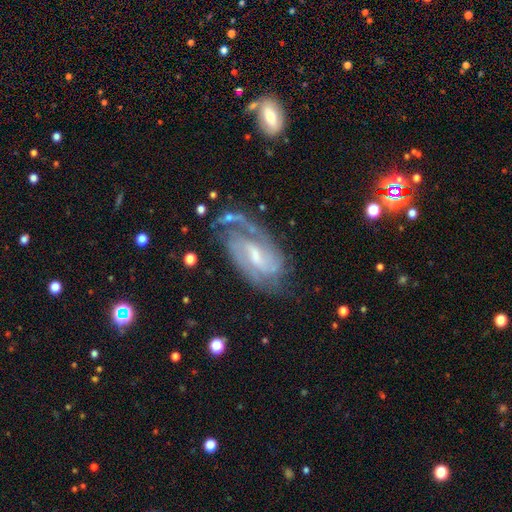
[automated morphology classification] Smooth or featured? Predicted: featured or disk (p=0.86). Edge-on disk? Predicted: no (p=0.96). Bar? Predicted: weak (p=0.56). Spiral arms? Predicted: yes (p=0.96). Spiral winding? Predicted: medium (p=0.45). Spiral arm count? Predicted: 2 (p=0.58). Bulge size? Predicted: small (p=0.48). Merging? Predicted: none (p=0.60).